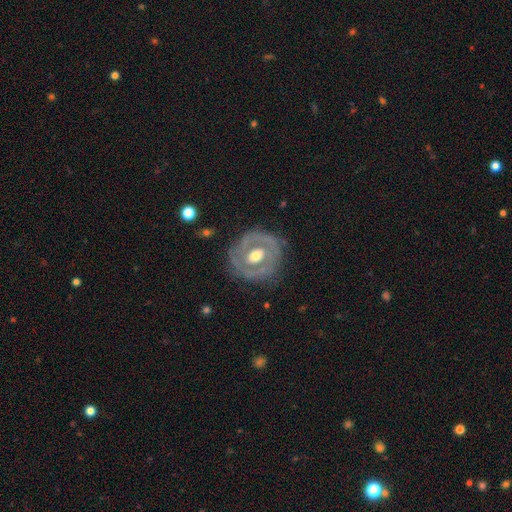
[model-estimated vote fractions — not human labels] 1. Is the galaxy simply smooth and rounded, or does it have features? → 73% featured or disk, 22% smooth, 5% star or artifact.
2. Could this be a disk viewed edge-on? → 96% no, 4% yes.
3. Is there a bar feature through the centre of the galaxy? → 56% no, 31% weak, 14% strong.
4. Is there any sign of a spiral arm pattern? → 59% no, 41% yes.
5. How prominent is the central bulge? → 69% moderate, 20% large, 9% small, 1% dominant, 1% none.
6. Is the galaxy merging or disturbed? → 73% none, 17% minor disturbance, 8% major disturbance, 2% merger.